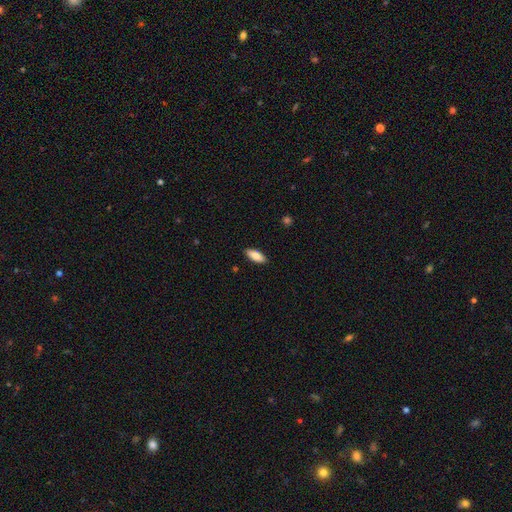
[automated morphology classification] Smooth or featured: smooth — 85% (featured or disk — 9%)
How rounded: in between — 79% (cigar-shaped — 19%)
Merging: none — 88% (minor disturbance — 9%)